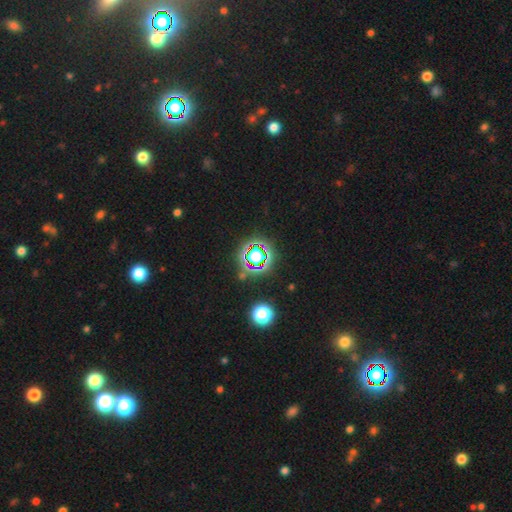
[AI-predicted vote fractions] smooth_or_featured: star or artifact (p=0.74) [alt: smooth p=0.16]